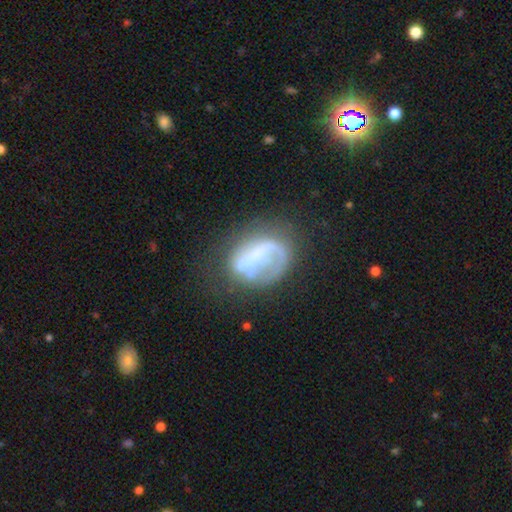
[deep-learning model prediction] Smooth or featured? featured or disk (61%)
Edge-on disk? no (95%)
Bar? strong (42%)
Spiral arms? yes (51%)
Bulge size? none (51%)
Merging? none (43%)